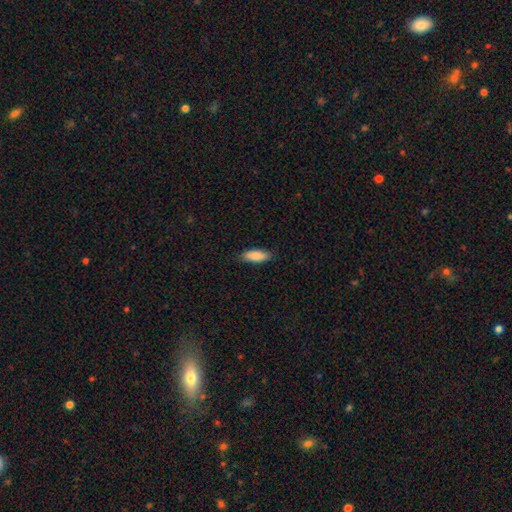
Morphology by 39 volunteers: Q: Smooth or featured?
A: smooth (92%); runner-up: featured or disk (8%)
Q: How rounded?
A: in between (83%); runner-up: cigar-shaped (17%)
Q: Merging?
A: none (87%); runner-up: minor disturbance (8%)